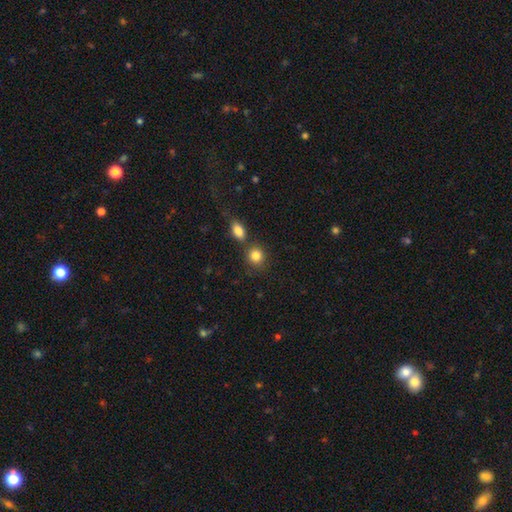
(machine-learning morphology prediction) smooth-or-featured: smooth: 84% | star or artifact: 10% | featured or disk: 6%
  how-rounded: round: 77% | in between: 22% | cigar-shaped: 1%
  merging: none: 67% | merger: 20% | minor disturbance: 10% | major disturbance: 3%